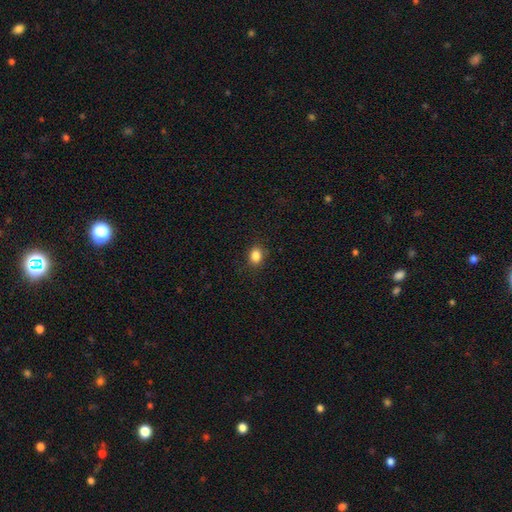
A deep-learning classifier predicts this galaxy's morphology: Smooth or featured? Predicted: smooth (p=0.85). How rounded? Predicted: in between (p=0.51). Merging? Predicted: none (p=0.87).